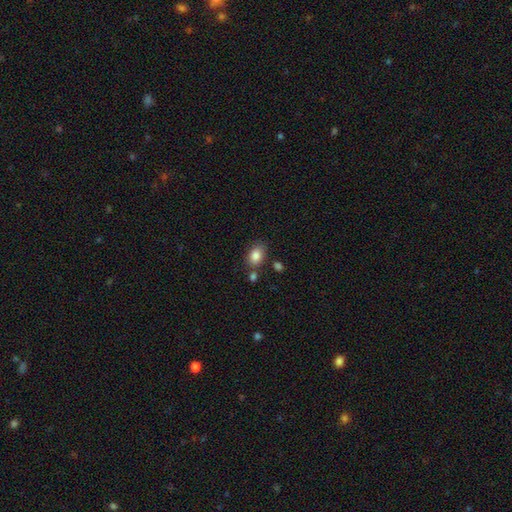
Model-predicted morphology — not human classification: This is clearly a smooth galaxy (84%). How rounded: likely in between (79%). Merging: likely none (72%).